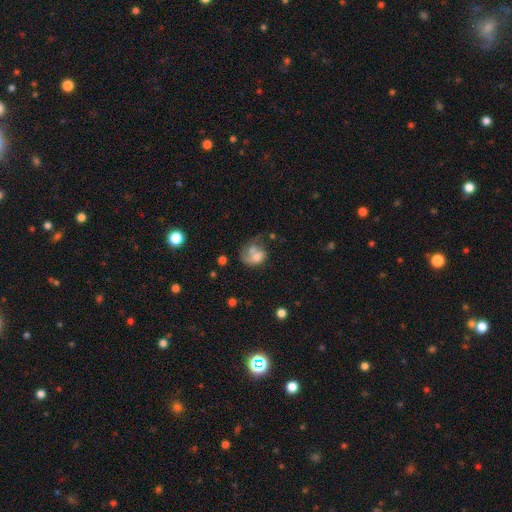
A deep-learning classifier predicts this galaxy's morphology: type=smooth (48%); merging=merger (41%).